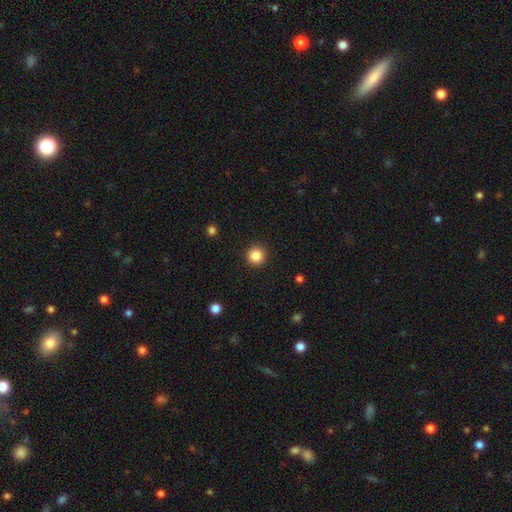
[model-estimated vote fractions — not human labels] A smooth galaxy with no disk features (86%) that is round (95%).

Vote fractions:
- Smooth or featured? smooth: 86% / star or artifact: 10% / featured or disk: 4%
- How rounded? round: 95% / in between: 4% / cigar-shaped: 1%
- Merging? none: 92% / minor disturbance: 5% / major disturbance: 2% / merger: 1%